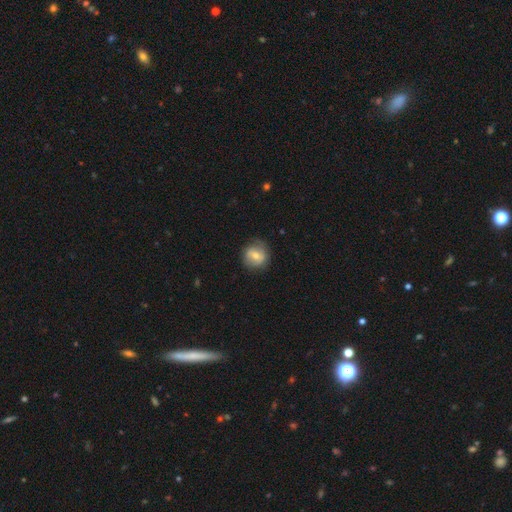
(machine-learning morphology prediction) This appears to be a smooth galaxy with no disk features (56%) that is round (86%). Merging: none (75%).